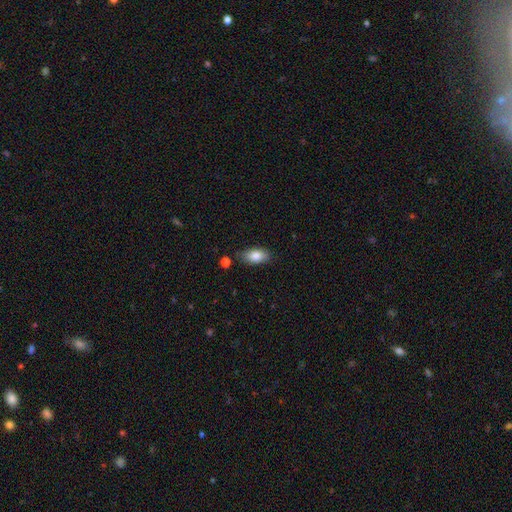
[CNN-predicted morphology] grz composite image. It shows a smooth galaxy with no disk features (84%) that is in between round and cigar-shaped (90%). Merging: none (79%).